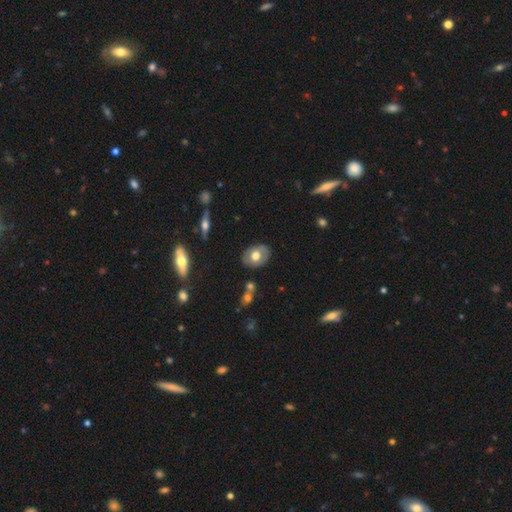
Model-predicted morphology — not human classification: Smooth or featured? smooth (57%)
How rounded? in between (69%)
Merging? none (82%)